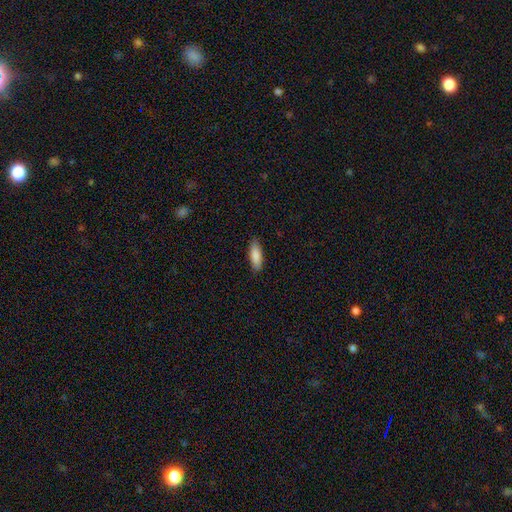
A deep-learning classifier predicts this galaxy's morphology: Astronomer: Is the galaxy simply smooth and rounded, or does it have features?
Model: smooth — 87%.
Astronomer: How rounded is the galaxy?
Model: in between — 60% (runner-up: cigar-shaped, 38%).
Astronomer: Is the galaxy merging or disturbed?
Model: none — 88%.